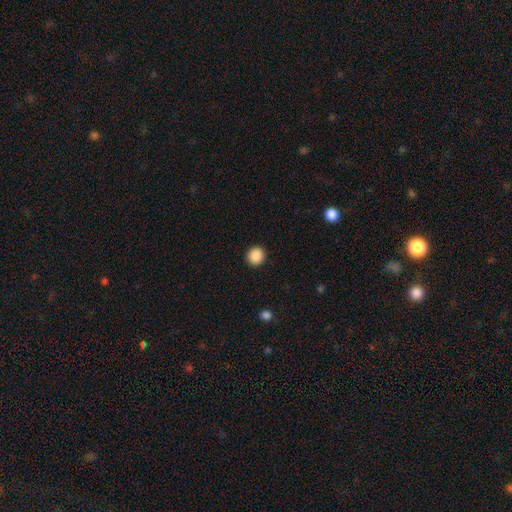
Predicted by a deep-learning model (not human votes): A smooth galaxy with no disk features (89%) that is round (94%).

Vote fractions:
- Smooth or featured? smooth: 89% / star or artifact: 9% / featured or disk: 2%
- How rounded? round: 94% / in between: 5% / cigar-shaped: 1%
- Merging? none: 93% / minor disturbance: 4% / major disturbance: 2% / merger: 1%